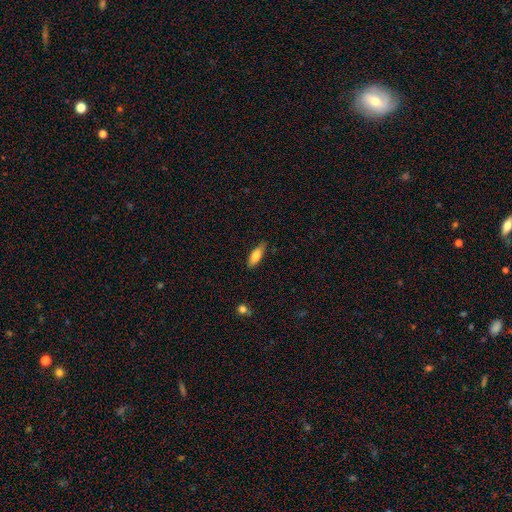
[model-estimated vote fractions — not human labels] This is likely a smooth galaxy (77%). How rounded: likely in between (62%). Merging: clearly none (81%).